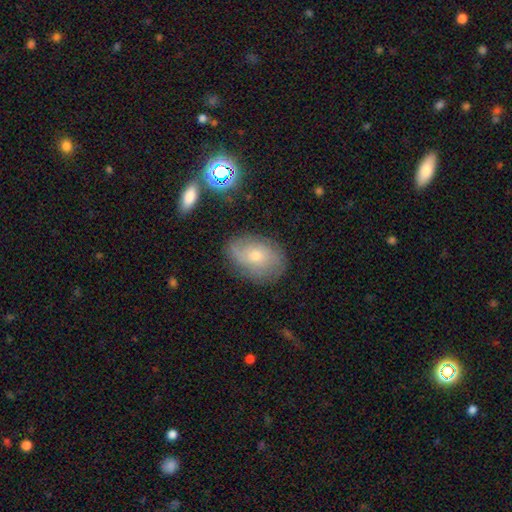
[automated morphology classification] smooth_or_featured: featured or disk (p=0.48) [alt: smooth p=0.40]
merging: none (p=0.72) [alt: minor disturbance p=0.20]